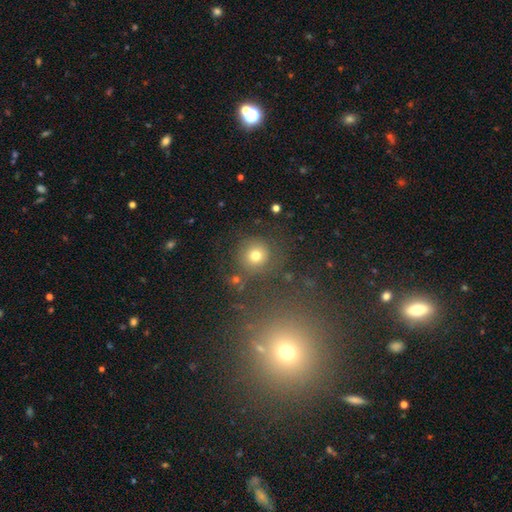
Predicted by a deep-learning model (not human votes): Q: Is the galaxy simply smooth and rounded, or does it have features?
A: smooth — 71%.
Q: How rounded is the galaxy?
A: round — 91%.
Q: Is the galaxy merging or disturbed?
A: none — 72%.